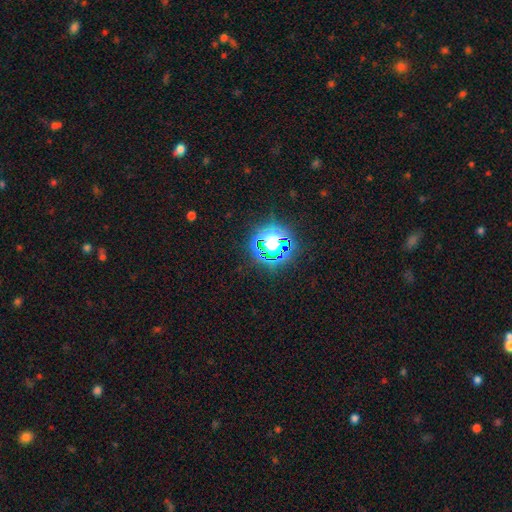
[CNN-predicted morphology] smooth_or_featured: star or artifact (p=0.74) [alt: smooth p=0.17]